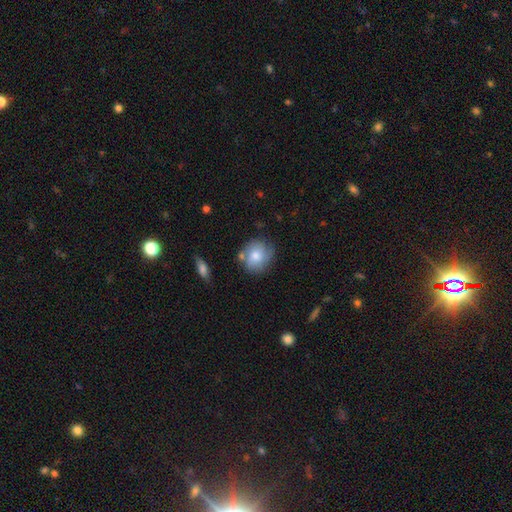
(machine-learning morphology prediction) type=smooth (66%); roundness=round (77%); merging=none (62%).